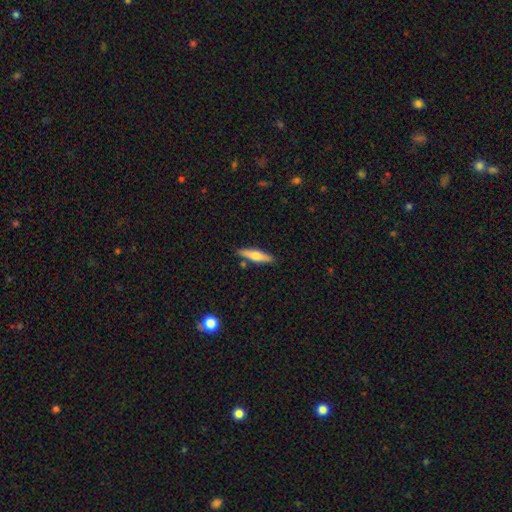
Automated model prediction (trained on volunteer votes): Morphology: type=smooth (51%); roundness=cigar-shaped (74%); merging=none (84%).